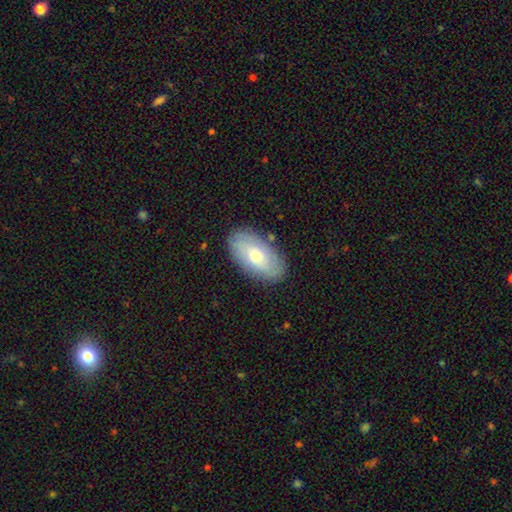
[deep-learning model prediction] Smooth or featured? smooth (61%)
How rounded? in between (94%)
Merging? none (84%)